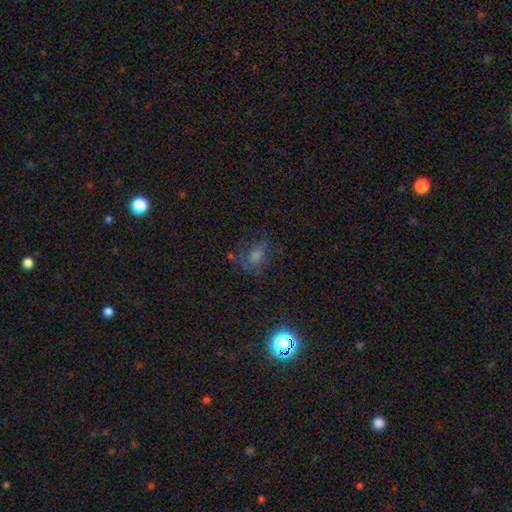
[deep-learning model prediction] smooth_or_featured: smooth (p=0.39) [alt: star or artifact p=0.36]
merging: none (p=0.54) [alt: minor disturbance p=0.22]